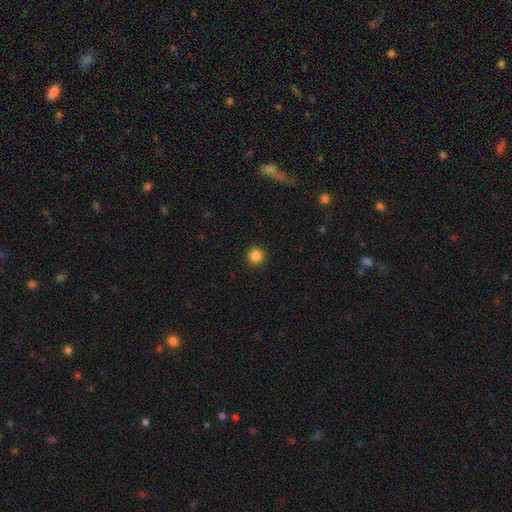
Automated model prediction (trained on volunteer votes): Overall: smooth (86%). How rounded: round (96%). Merging: none (93%).